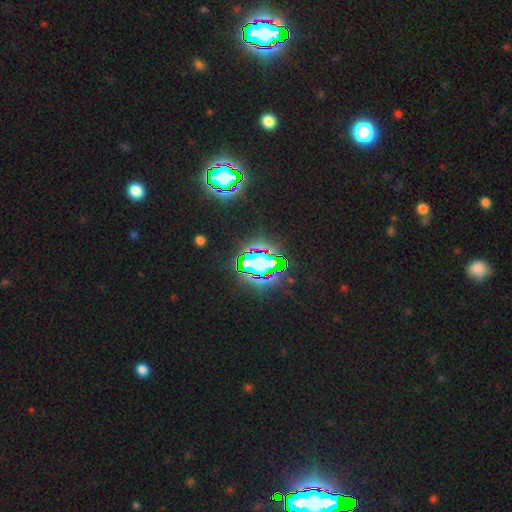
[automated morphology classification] smooth-or-featured: star or artifact: 73% | smooth: 16% | featured or disk: 11%